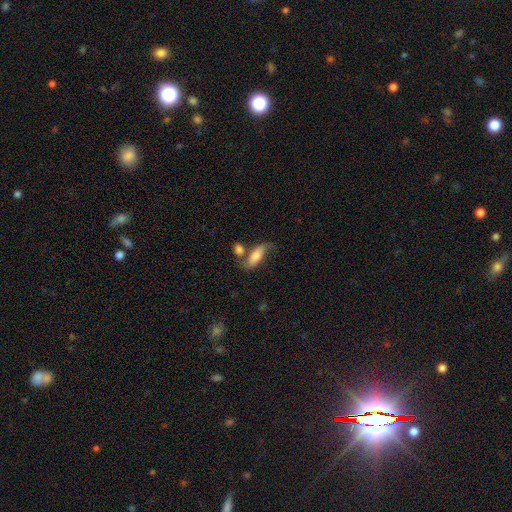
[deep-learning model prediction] A smooth galaxy with no disk features (57%) that is in between round and cigar-shaped (66%). Merging: none (44%).